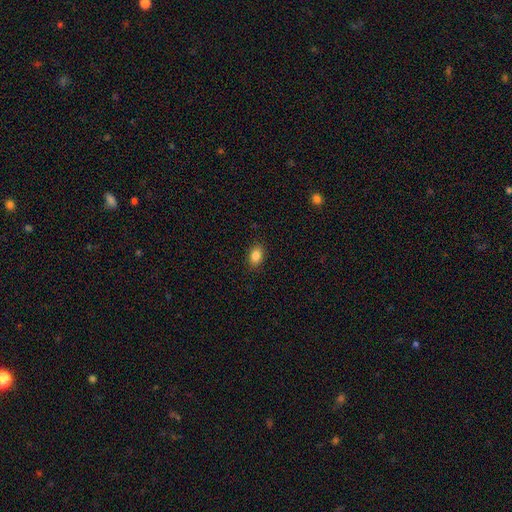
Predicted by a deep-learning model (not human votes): Smooth or featured? Predicted: smooth (p=0.86). How rounded? Predicted: in between (p=0.82). Merging? Predicted: none (p=0.88).